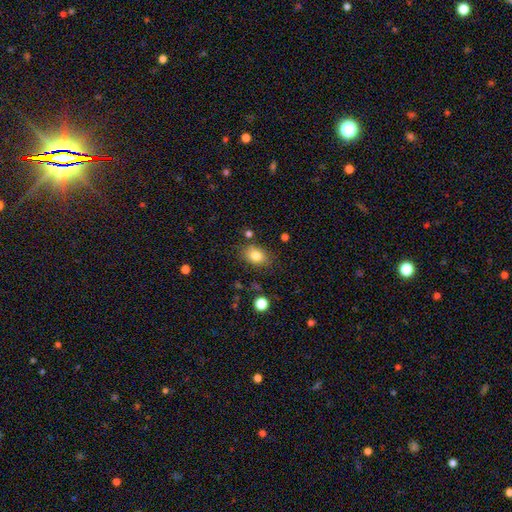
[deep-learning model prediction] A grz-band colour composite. It shows a smooth galaxy with no disk features (81%) that is in between round and cigar-shaped (76%). Merging: none (78%).